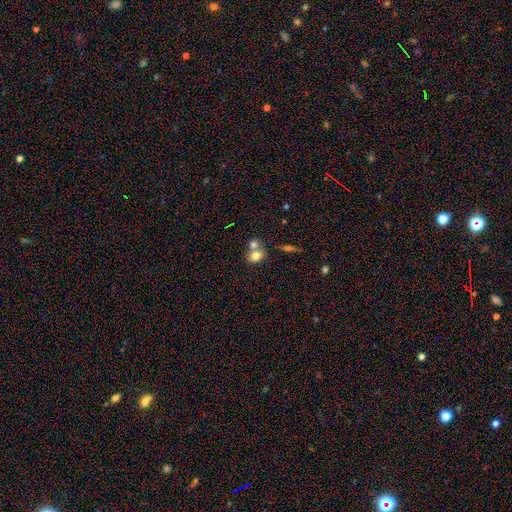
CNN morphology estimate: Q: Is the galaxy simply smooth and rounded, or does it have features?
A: smooth — 77%.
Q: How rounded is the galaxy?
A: in between — 55%.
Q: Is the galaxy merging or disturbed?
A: merger — 50%.